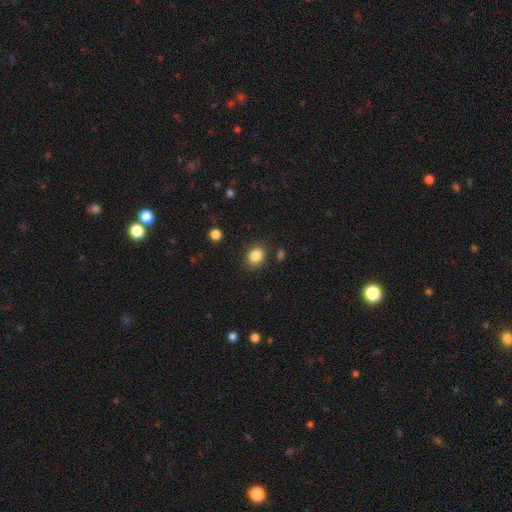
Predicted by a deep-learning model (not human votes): smooth 86%, star or artifact 10%, featured or disk 4%. Down the decision tree: how rounded — round (63%); merging — none (85%).